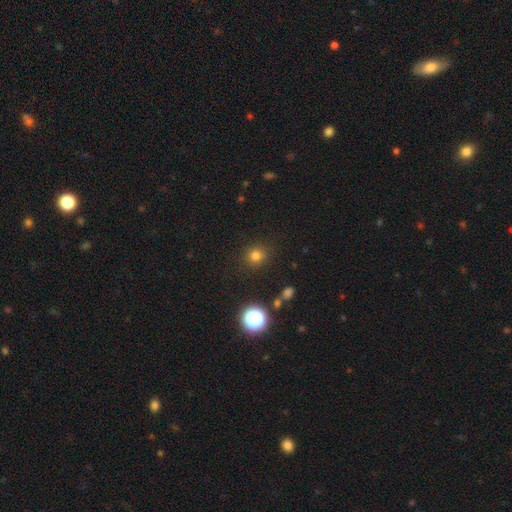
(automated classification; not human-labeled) Smooth or featured?
  - smooth: 77% *
  - star or artifact: 18%
  - featured or disk: 5%
How rounded?
  - round: 90% *
  - in between: 9%
  - cigar-shaped: 1%
Merging?
  - none: 88% *
  - minor disturbance: 7%
  - major disturbance: 3%
  - merger: 2%